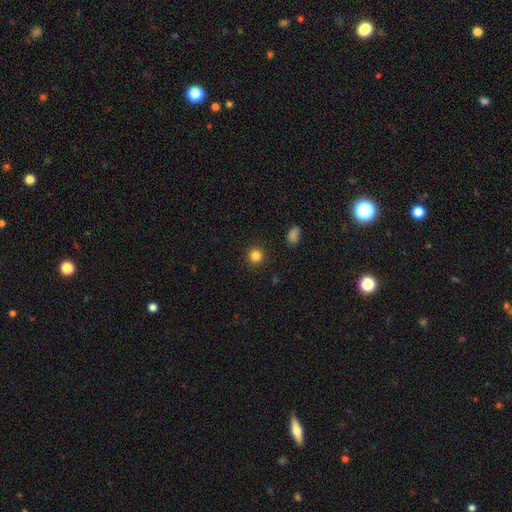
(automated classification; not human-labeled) Overall: smooth (84%). How rounded: round (93%). Merging: none (91%).